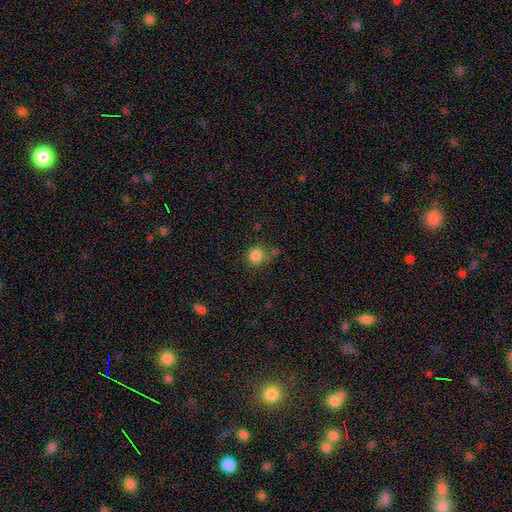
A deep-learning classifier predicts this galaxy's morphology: A smooth galaxy with no disk features (83%) that is round (84%).

Vote fractions:
- Smooth or featured? smooth: 83% / star or artifact: 11% / featured or disk: 5%
- How rounded? round: 84% / in between: 15% / cigar-shaped: 1%
- Merging? none: 68% / minor disturbance: 16% / merger: 11% / major disturbance: 5%